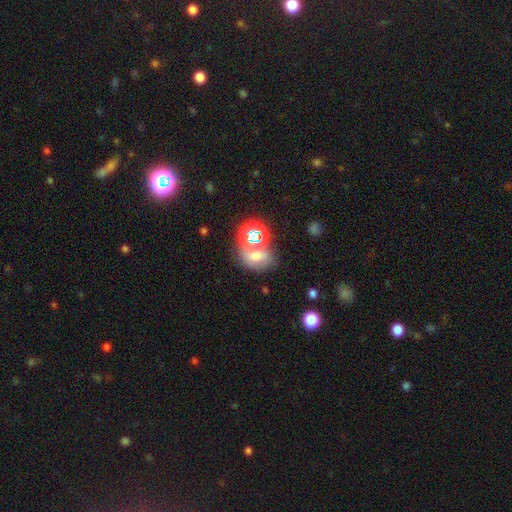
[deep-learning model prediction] A smooth galaxy with no disk features (48%).

Vote fractions:
- Smooth or featured? smooth: 48% / star or artifact: 34% / featured or disk: 18%
- Merging? none: 50% / merger: 29% / minor disturbance: 14% / major disturbance: 8%